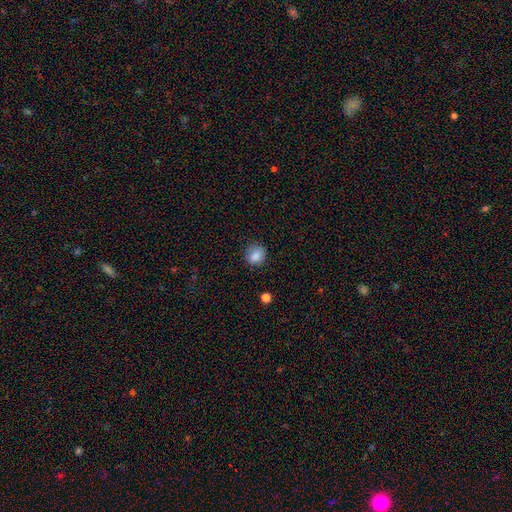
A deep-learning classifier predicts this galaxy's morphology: smooth_or_featured: smooth (p=0.85) [alt: star or artifact p=0.10]
how_rounded: round (p=0.77) [alt: in between p=0.22]
merging: none (p=0.78) [alt: minor disturbance p=0.16]